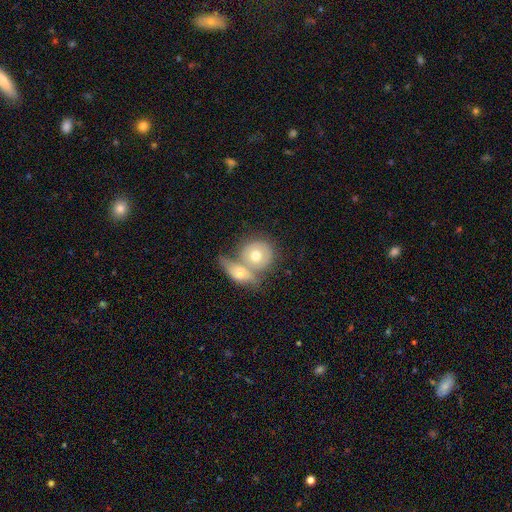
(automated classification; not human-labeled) smooth 60%, featured or disk 34%, star or artifact 6%. Down the decision tree: how rounded — round (78%); merging — merger (57%).